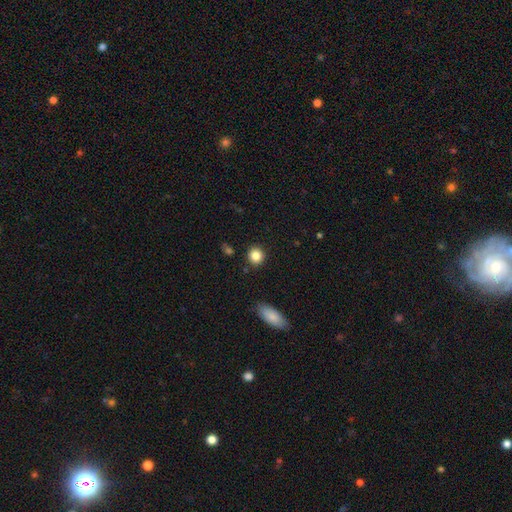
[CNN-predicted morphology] smooth-or-featured: smooth: 84% | star or artifact: 10% | featured or disk: 6%
  how-rounded: round: 88% | in between: 11% | cigar-shaped: 1%
  merging: none: 89% | minor disturbance: 7% | merger: 2% | major disturbance: 2%